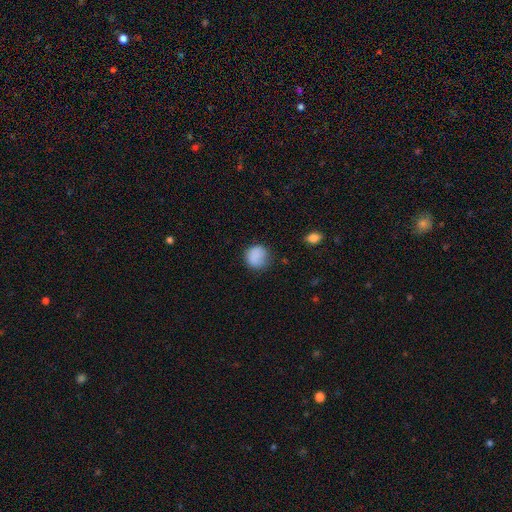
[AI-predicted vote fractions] smooth 85%, star or artifact 8%, featured or disk 7%. Down the decision tree: how rounded — round (83%); merging — none (68%).